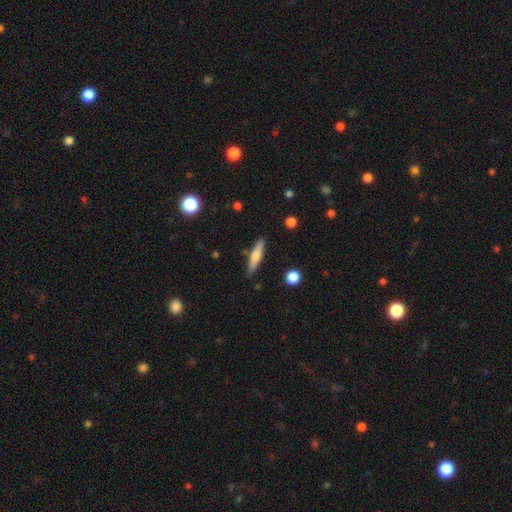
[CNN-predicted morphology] type=smooth (56%); roundness=cigar-shaped (84%); merging=none (85%).